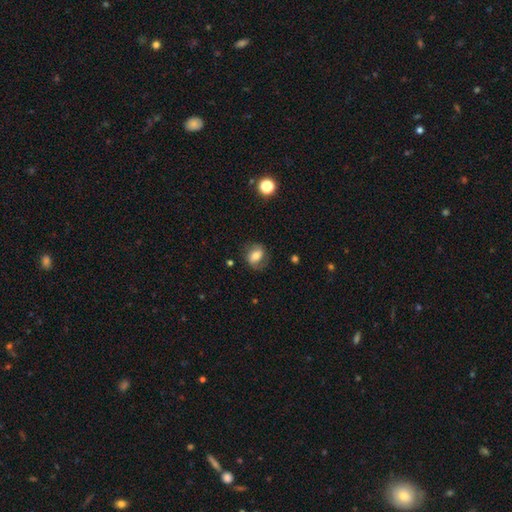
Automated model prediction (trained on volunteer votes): A smooth galaxy with no disk features (62%) that is in between round and cigar-shaped (60%).

Vote fractions:
- Smooth or featured? smooth: 62% / featured or disk: 29% / star or artifact: 9%
- How rounded? in between: 60% / round: 38% / cigar-shaped: 2%
- Merging? none: 71% / minor disturbance: 19% / major disturbance: 9% / merger: 1%